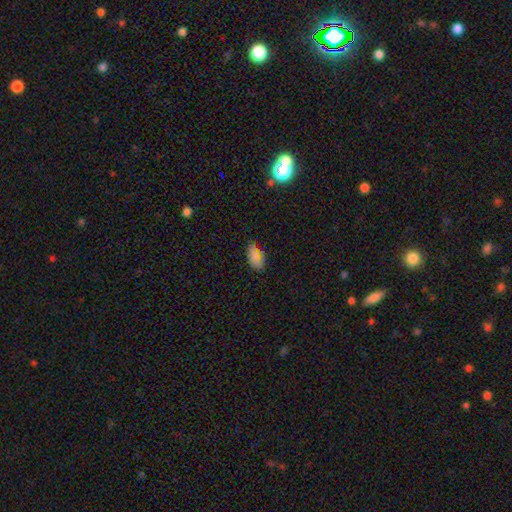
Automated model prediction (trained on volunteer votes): smooth_or_featured: smooth (p=0.70) [alt: star or artifact p=0.22]
how_rounded: in between (p=0.92) [alt: round p=0.04]
merging: none (p=0.77) [alt: minor disturbance p=0.17]